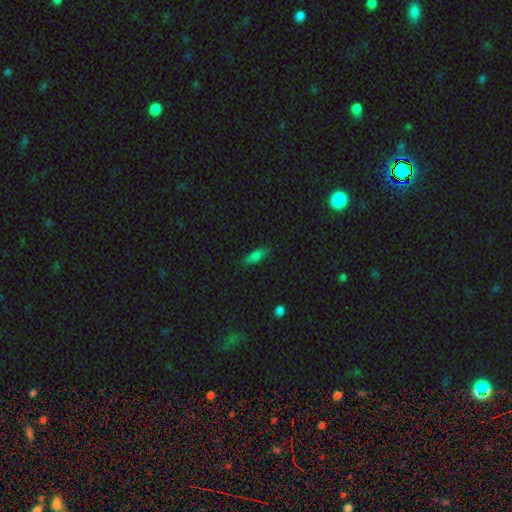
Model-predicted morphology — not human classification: type=smooth (74%); roundness=in between (60%); merging=none (82%).